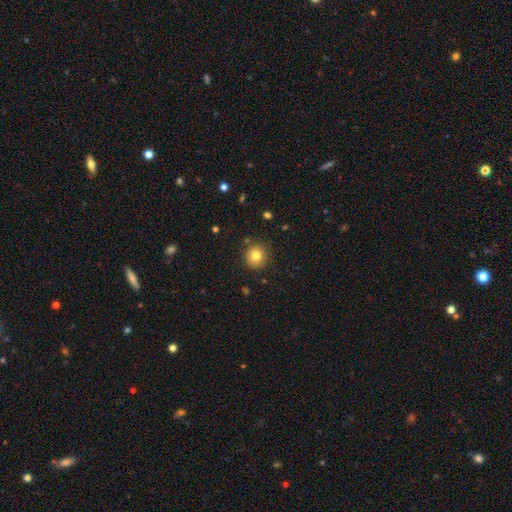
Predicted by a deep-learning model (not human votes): Morphology: type=smooth (80%); roundness=round (90%); merging=none (87%).